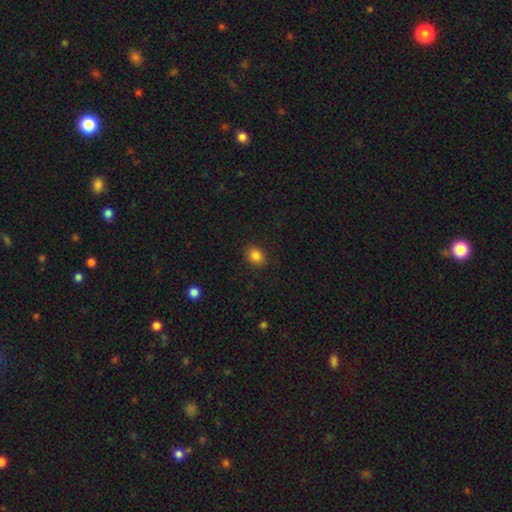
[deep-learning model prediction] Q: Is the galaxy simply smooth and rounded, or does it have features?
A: smooth — 84%.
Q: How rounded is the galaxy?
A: round — 53%.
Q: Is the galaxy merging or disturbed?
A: none — 88%.